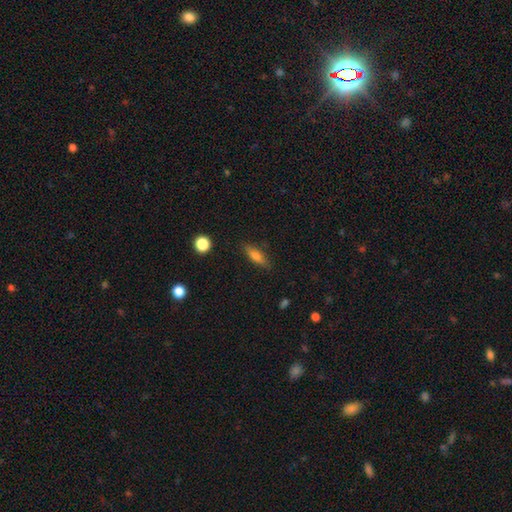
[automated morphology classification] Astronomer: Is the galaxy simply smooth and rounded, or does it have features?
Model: smooth — 63%.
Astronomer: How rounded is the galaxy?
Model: cigar-shaped — 54% (runner-up: in between, 43%).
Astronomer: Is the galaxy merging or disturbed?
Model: none — 86%.